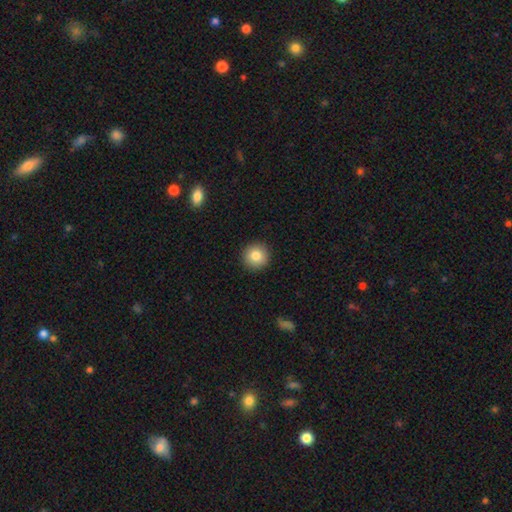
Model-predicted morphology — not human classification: A smooth galaxy with no disk features (83%) that is round (94%). Merging: none (92%).